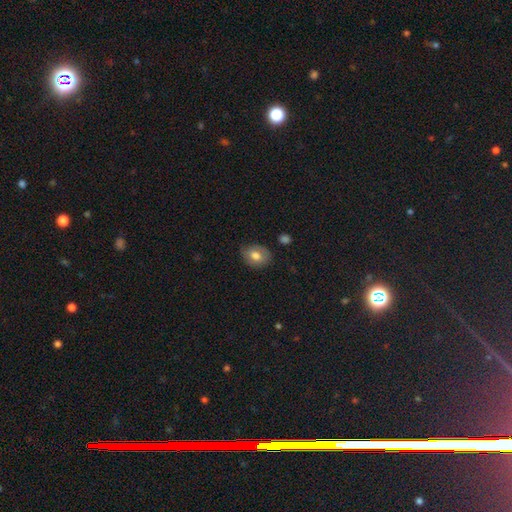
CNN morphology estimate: smooth-or-featured: smooth: 71% | featured or disk: 21% | star or artifact: 8%
  how-rounded: in between: 64% | round: 35% | cigar-shaped: 1%
  merging: none: 77% | minor disturbance: 18% | major disturbance: 4% | merger: 2%